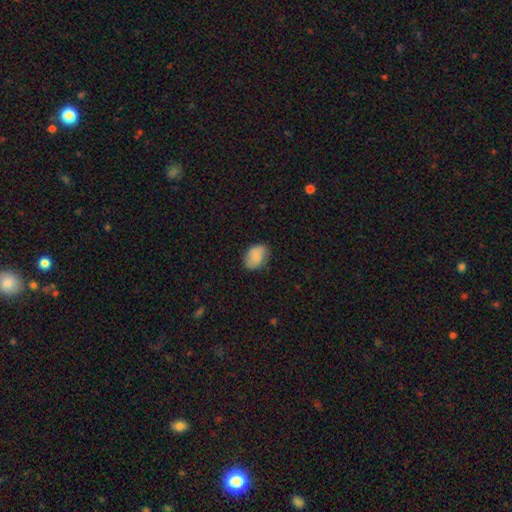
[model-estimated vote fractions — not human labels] smooth 84%, featured or disk 9%, star or artifact 7%. Down the decision tree: how rounded — in between (81%); merging — none (78%).